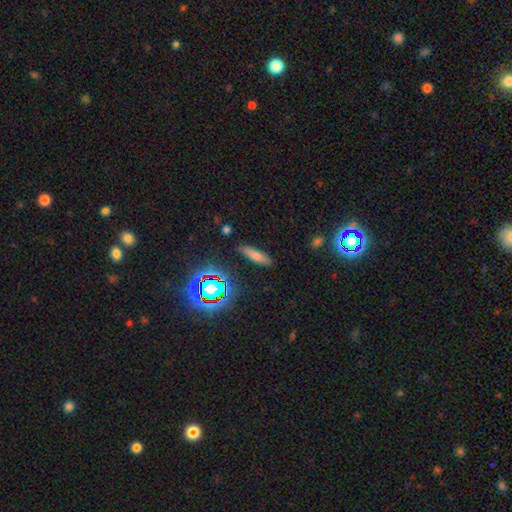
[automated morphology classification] Smooth or featured: smooth — 68% (star or artifact — 17%)
How rounded: cigar-shaped — 66% (in between — 31%)
Merging: none — 85% (minor disturbance — 10%)